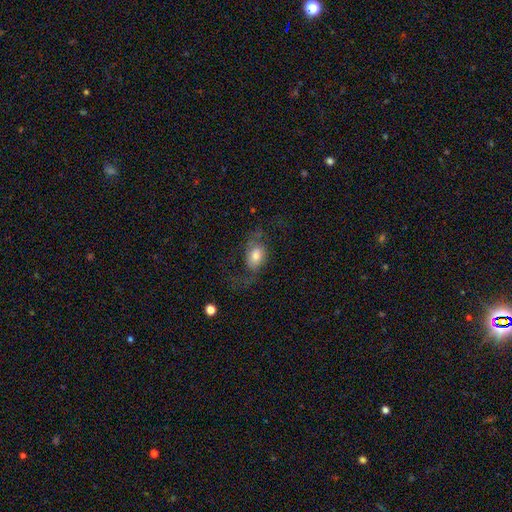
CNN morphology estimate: Smooth or featured? Predicted: smooth (p=0.54). How rounded? Predicted: in between (p=0.78). Merging? Predicted: major disturbance (p=0.39, tied with none).